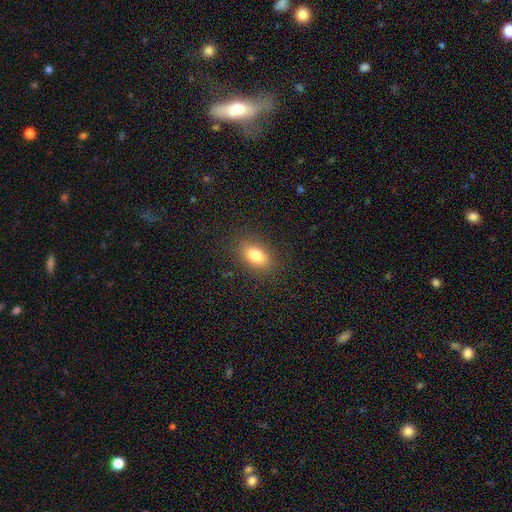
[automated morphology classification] A smooth galaxy with no disk features (81%) that is in between round and cigar-shaped (86%). Merging: none (86%).